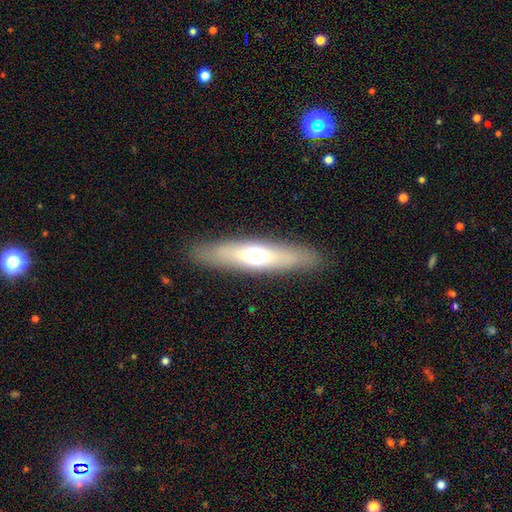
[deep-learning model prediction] Morphology: type=smooth (51%); roundness=cigar-shaped (70%); merging=none (88%).